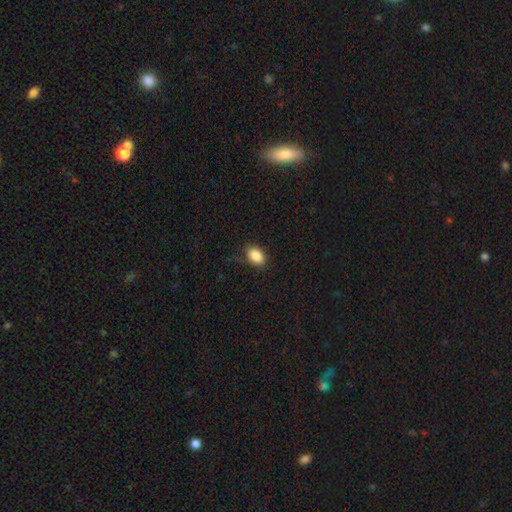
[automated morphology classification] Smooth or featured?
  - smooth: 88% *
  - star or artifact: 8%
  - featured or disk: 4%
How rounded?
  - in between: 85% *
  - round: 14%
  - cigar-shaped: 1%
Merging?
  - none: 79% *
  - minor disturbance: 16%
  - major disturbance: 4%
  - merger: 1%